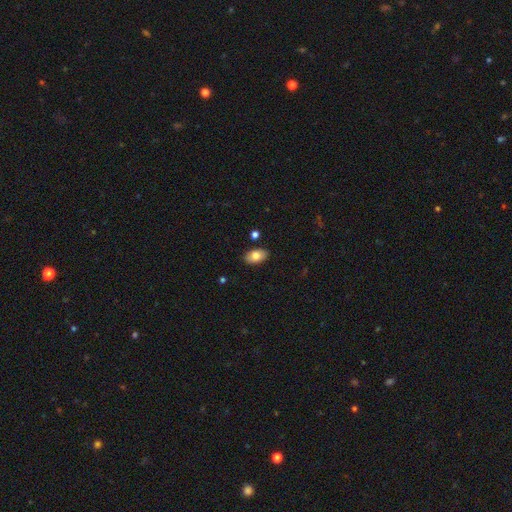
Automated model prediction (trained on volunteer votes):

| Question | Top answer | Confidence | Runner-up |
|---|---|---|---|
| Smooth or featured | smooth | 82% | featured or disk (10%) |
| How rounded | in between | 92% | round (7%) |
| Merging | none | 87% | minor disturbance (9%) |